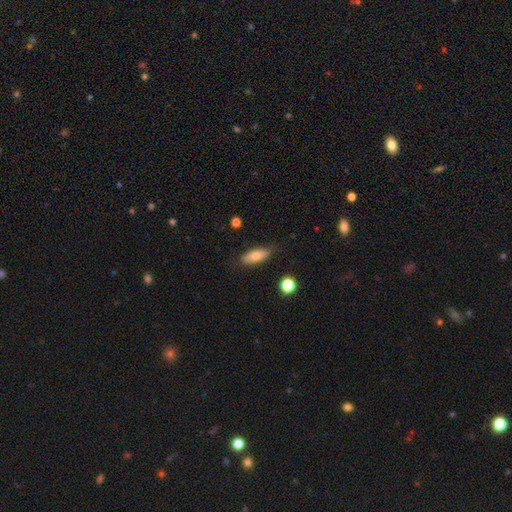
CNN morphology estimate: Smooth or featured? Predicted: smooth (p=0.79). How rounded? Predicted: in between (p=0.69). Merging? Predicted: none (p=0.80).